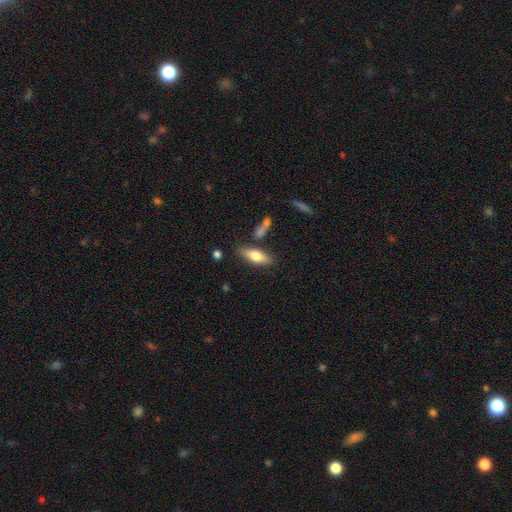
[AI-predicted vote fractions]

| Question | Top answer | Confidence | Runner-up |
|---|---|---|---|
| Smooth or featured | smooth | 67% | featured or disk (26%) |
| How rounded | in between | 66% | cigar-shaped (32%) |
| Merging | none | 74% | minor disturbance (14%) |